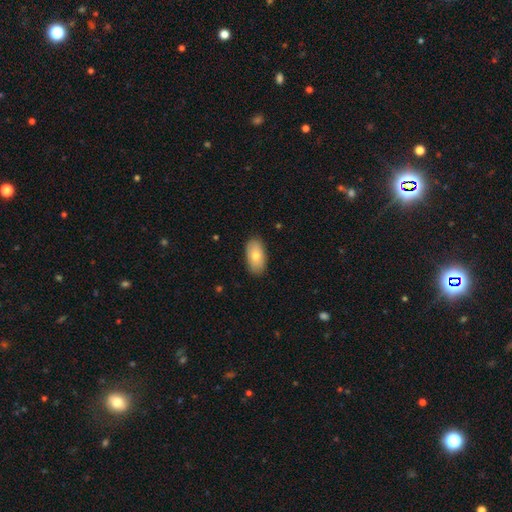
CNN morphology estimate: type=smooth (76%); roundness=in between (94%); merging=none (86%).